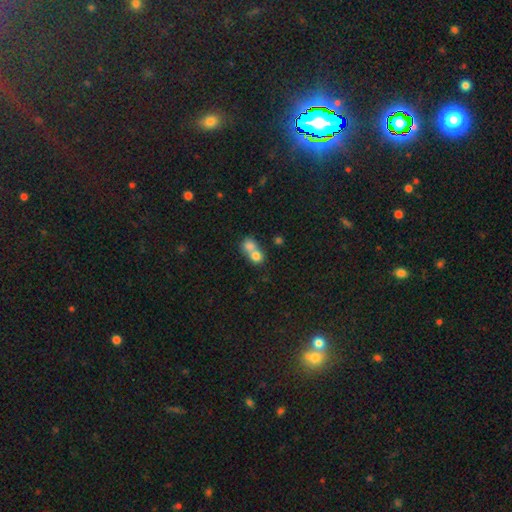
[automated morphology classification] Smooth or featured? Predicted: smooth (p=0.78). How rounded? Predicted: round (p=0.72). Merging? Predicted: merger (p=0.67).